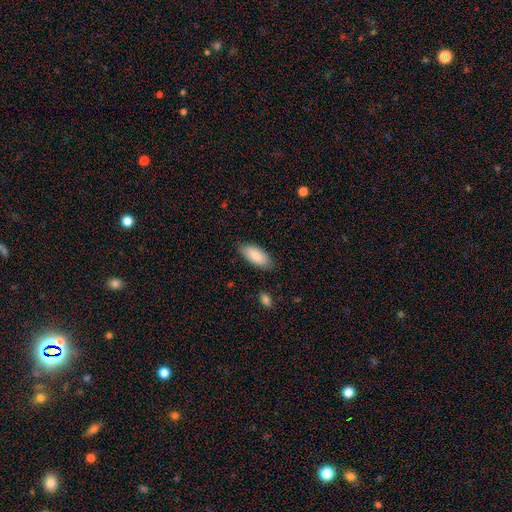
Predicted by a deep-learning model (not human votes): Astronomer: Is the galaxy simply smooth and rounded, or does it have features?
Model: smooth — 85%.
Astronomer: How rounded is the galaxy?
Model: in between — 86%.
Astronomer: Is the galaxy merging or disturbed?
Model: none — 84%.